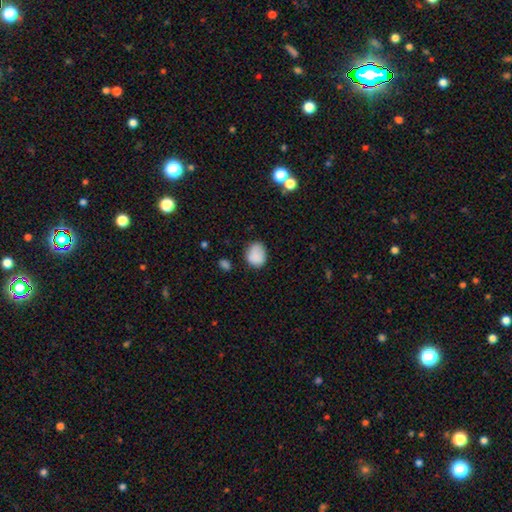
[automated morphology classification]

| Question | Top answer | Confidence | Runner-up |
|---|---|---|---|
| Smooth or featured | smooth | 85% | star or artifact (9%) |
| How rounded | in between | 52% | round (47%) |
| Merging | none | 69% | minor disturbance (23%) |